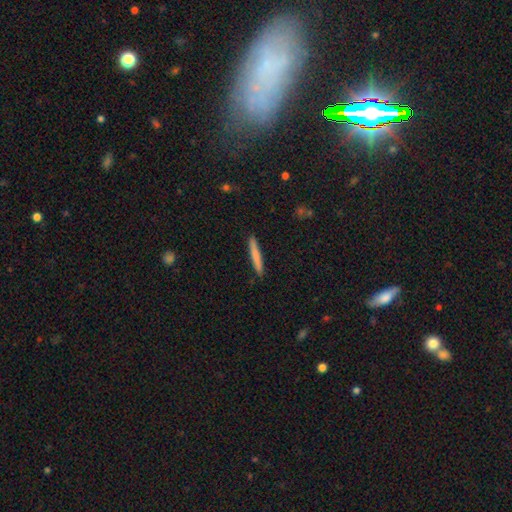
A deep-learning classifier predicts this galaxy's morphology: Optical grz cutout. It shows a smooth galaxy with no disk features (73%) that is cigar-shaped (96%). Merging: none (90%).